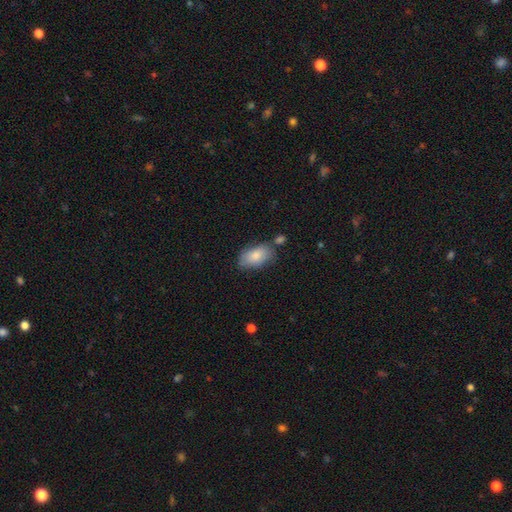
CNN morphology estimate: A smooth galaxy with no disk features (83%) that is in between round and cigar-shaped (93%).

Vote fractions:
- Smooth or featured? smooth: 83% / featured or disk: 11% / star or artifact: 6%
- How rounded? in between: 93% / round: 5% / cigar-shaped: 2%
- Merging? none: 67% / minor disturbance: 20% / merger: 8% / major disturbance: 5%